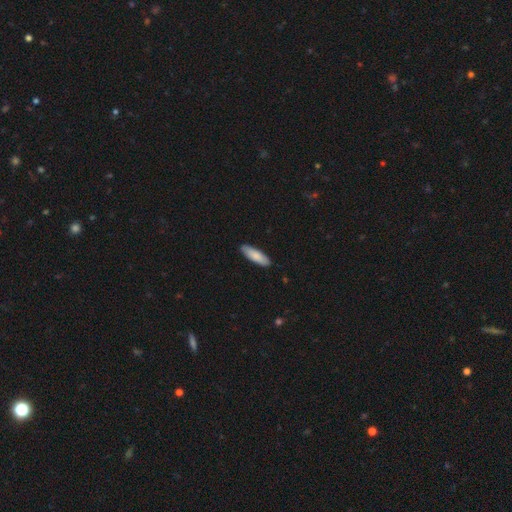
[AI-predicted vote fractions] Overall: smooth (84%). How rounded: cigar-shaped (51%; in between 48%). Merging: none (90%).